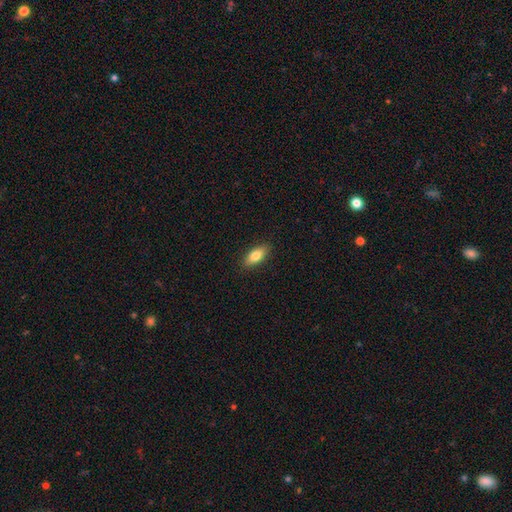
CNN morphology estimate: A smooth galaxy with no disk features (79%) that is in between round and cigar-shaped (81%). Merging: none (88%).